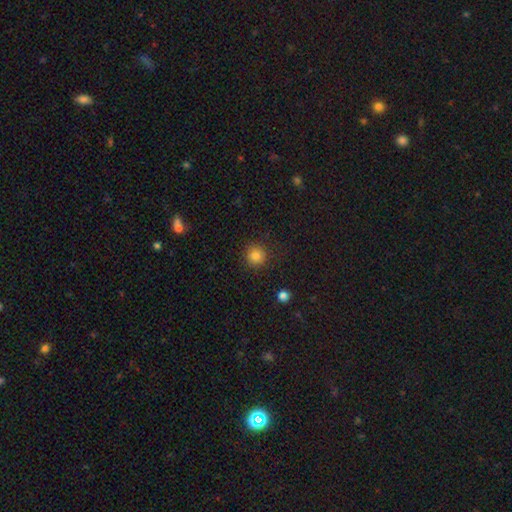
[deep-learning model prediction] This appears to be a smooth galaxy with no disk features (84%) that is round (93%). Merging: none (89%).